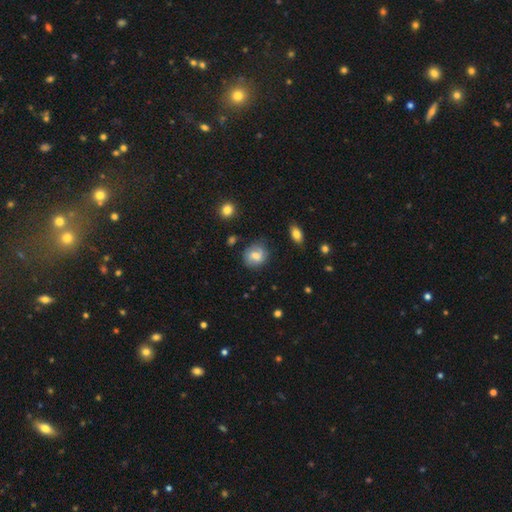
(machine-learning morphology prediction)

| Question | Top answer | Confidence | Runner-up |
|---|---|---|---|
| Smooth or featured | smooth | 63% | featured or disk (28%) |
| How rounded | round | 69% | in between (30%) |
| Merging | none | 71% | minor disturbance (20%) |